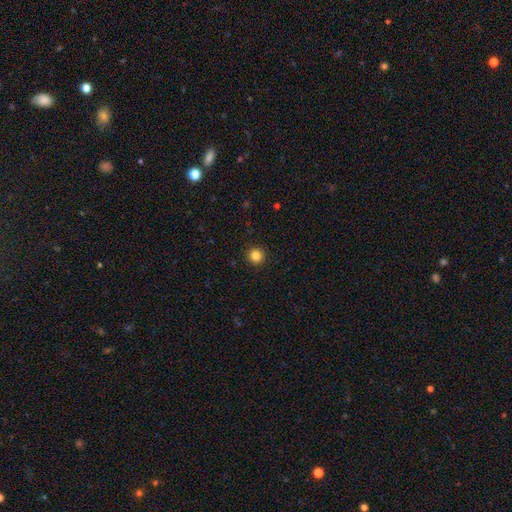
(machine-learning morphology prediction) Smooth or featured: smooth — 84% (star or artifact — 12%)
How rounded: round — 95% (in between — 4%)
Merging: none — 93% (minor disturbance — 4%)